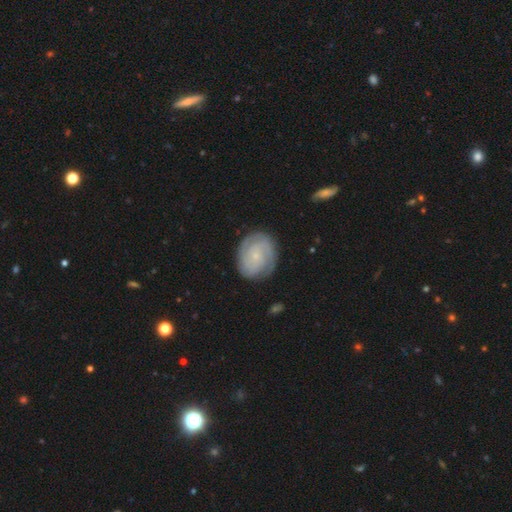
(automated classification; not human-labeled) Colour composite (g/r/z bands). It shows a featured or disk galaxy (76%) with no bar (74%), 2 (36%) tight (69%) spiral arms (94%) and a small central bulge (81%). Merging: none (81%).